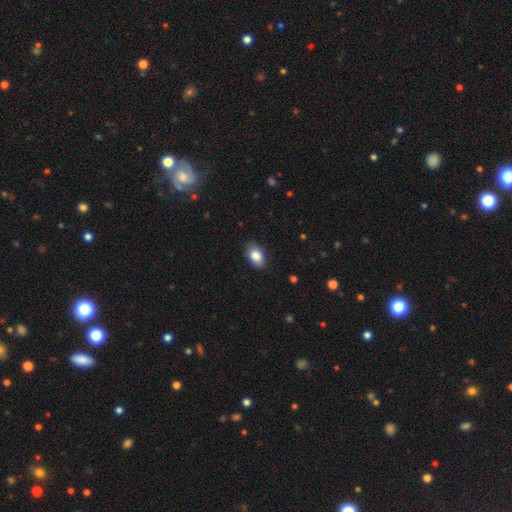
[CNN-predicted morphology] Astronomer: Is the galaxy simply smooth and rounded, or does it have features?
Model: smooth — 84%.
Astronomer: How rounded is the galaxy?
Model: in between — 90%.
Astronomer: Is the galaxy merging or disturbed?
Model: none — 86%.